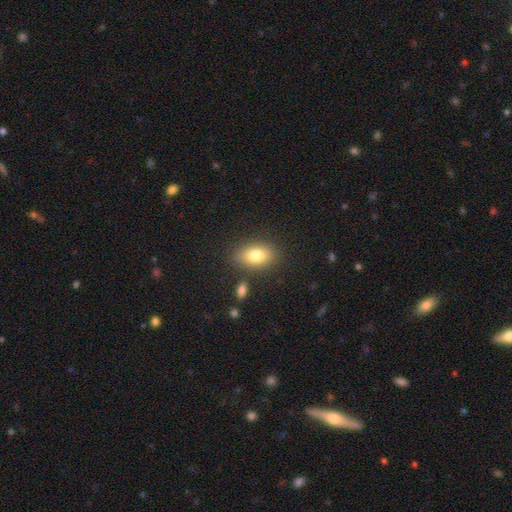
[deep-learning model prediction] smooth_or_featured: smooth (p=0.79) [alt: featured or disk p=0.12]
how_rounded: in between (p=0.84) [alt: round p=0.14]
merging: none (p=0.81) [alt: minor disturbance p=0.11]